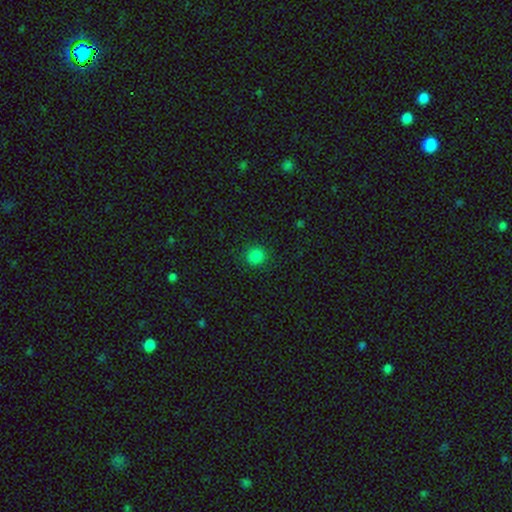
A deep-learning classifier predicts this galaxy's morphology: Smooth or featured? smooth (84%)
How rounded? round (89%)
Merging? none (89%)